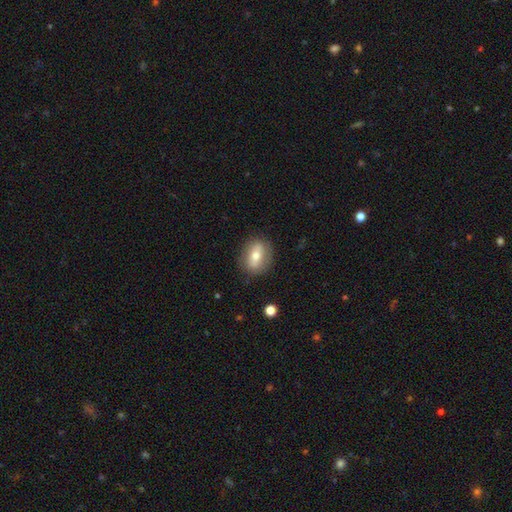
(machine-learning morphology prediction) type=smooth (58%); roundness=in between (63%); merging=none (83%).